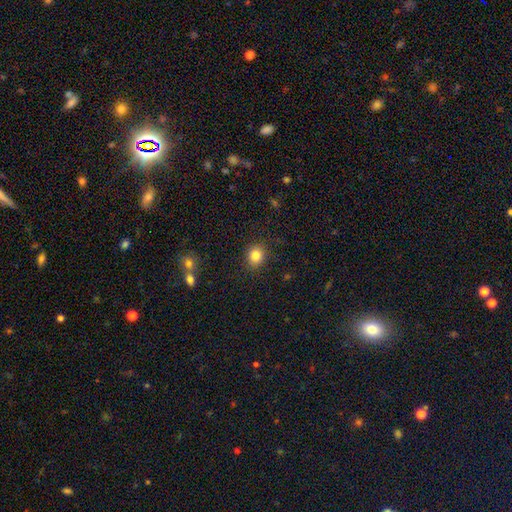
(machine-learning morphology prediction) This is clearly a smooth galaxy (83%). How rounded: likely round (74%). Merging: clearly none (88%).